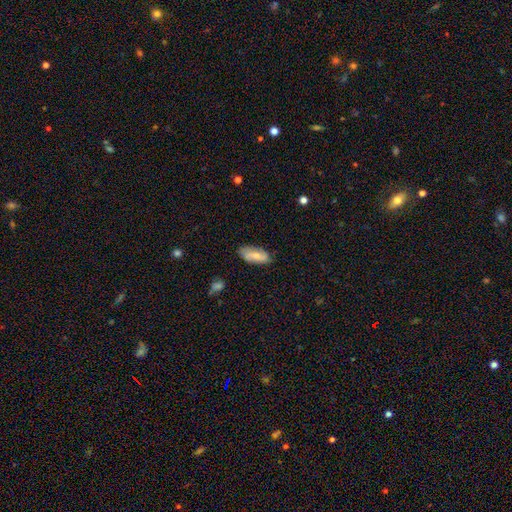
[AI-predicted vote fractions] smooth 70%, featured or disk 24%, star or artifact 6%. Down the decision tree: how rounded — in between (83%); merging — none (78%).